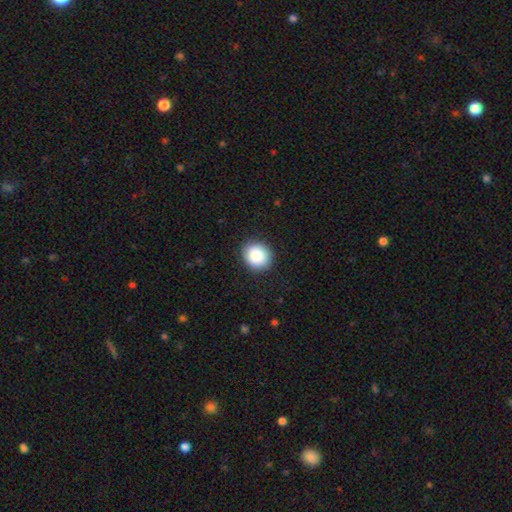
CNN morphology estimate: Smooth or featured?
  - smooth: 87% *
  - star or artifact: 8%
  - featured or disk: 5%
How rounded?
  - round: 78% *
  - in between: 21%
  - cigar-shaped: 1%
Merging?
  - none: 89% *
  - minor disturbance: 8%
  - major disturbance: 2%
  - merger: 1%